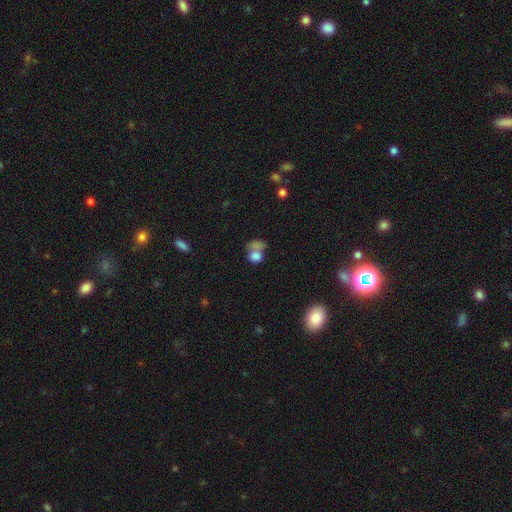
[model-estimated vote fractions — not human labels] A smooth galaxy with no disk features (75%) that is in between round and cigar-shaped (54%). Merging: merger (49%).